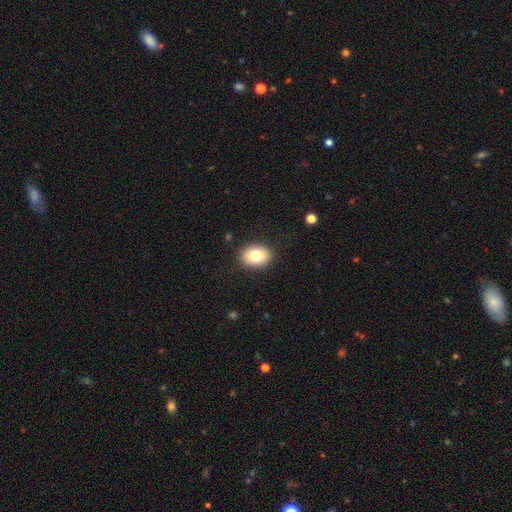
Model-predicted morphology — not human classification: Smooth or featured: smooth — 79% (featured or disk — 13%)
How rounded: in between — 68% (round — 31%)
Merging: none — 88% (minor disturbance — 9%)